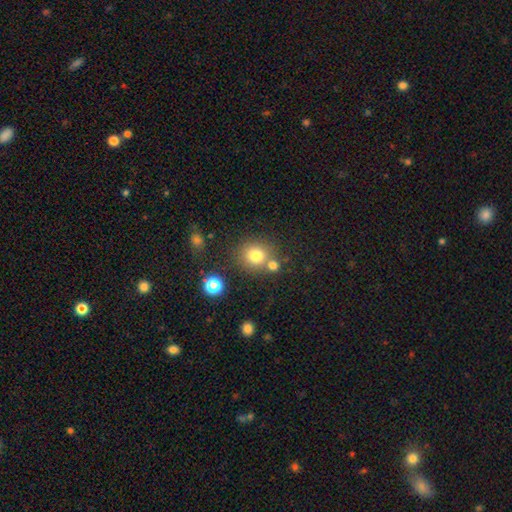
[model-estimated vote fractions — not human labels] Smooth or featured: smooth — 77% (star or artifact — 14%)
How rounded: round — 86% (in between — 13%)
Merging: none — 67% (merger — 20%)